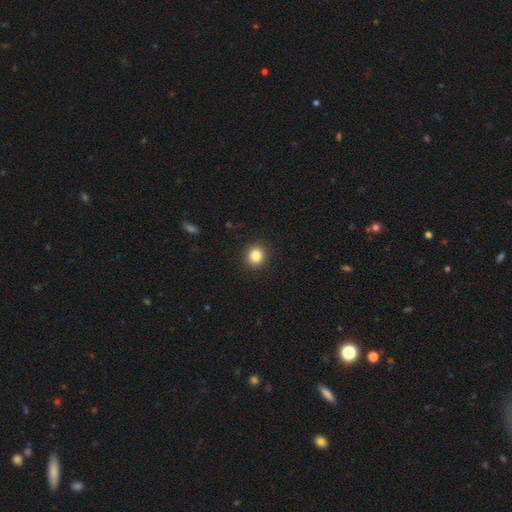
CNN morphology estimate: The model was most divided on "how rounded": round: 86%, in between: 13%, cigar-shaped: 1%. More confident: merging — none (91%); smooth or featured — smooth (85%).